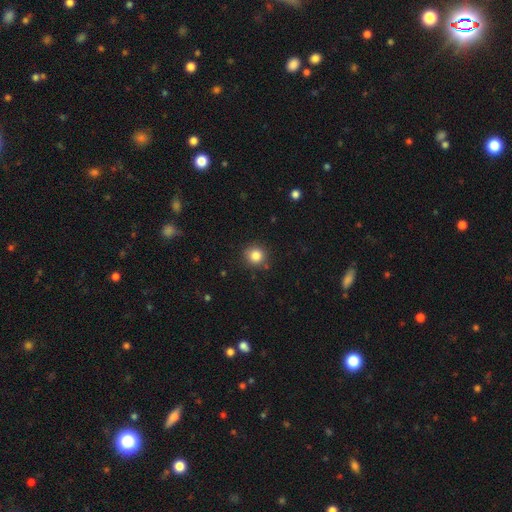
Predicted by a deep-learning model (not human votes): Q: Smooth or featured?
A: smooth (84%); runner-up: star or artifact (11%)
Q: How rounded?
A: round (92%); runner-up: in between (7%)
Q: Merging?
A: none (86%); runner-up: minor disturbance (9%)